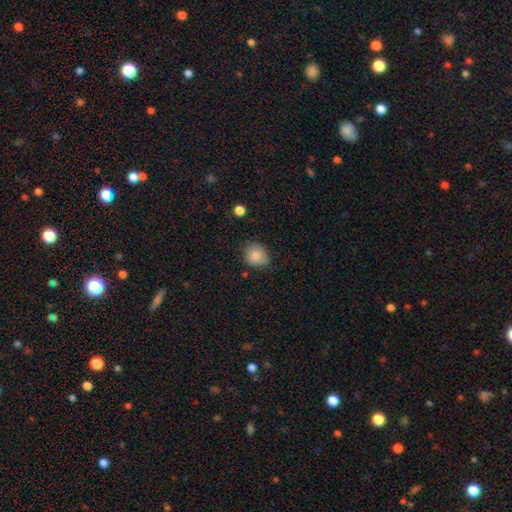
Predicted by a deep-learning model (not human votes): This appears to be a smooth galaxy with no disk features (83%) that is round (72%). Merging: none (68%).